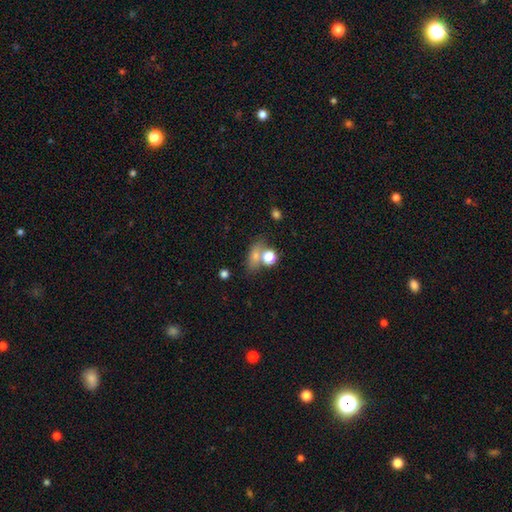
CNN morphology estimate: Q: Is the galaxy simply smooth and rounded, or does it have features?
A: smooth — 70%.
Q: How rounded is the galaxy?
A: in between — 60%.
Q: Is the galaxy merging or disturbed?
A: none — 50%.